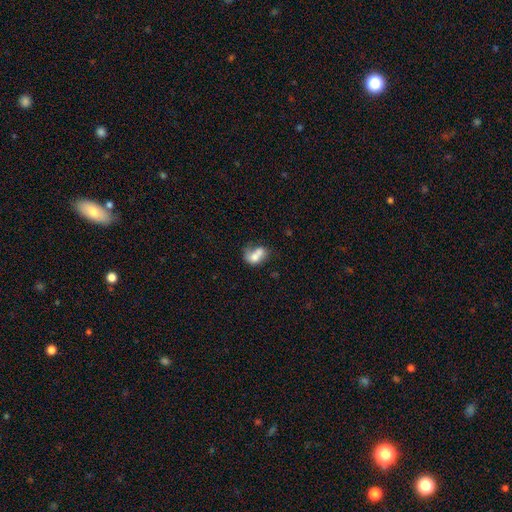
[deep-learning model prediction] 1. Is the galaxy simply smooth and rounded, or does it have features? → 67% smooth, 23% featured or disk, 9% star or artifact.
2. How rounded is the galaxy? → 67% in between, 32% round, 2% cigar-shaped.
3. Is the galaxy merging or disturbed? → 61% merger, 19% none, 11% minor disturbance, 9% major disturbance.